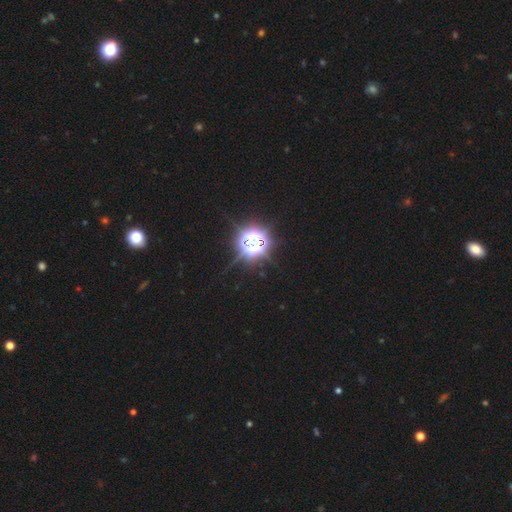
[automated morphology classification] star or artifact 84%, smooth 11%, featured or disk 5%.